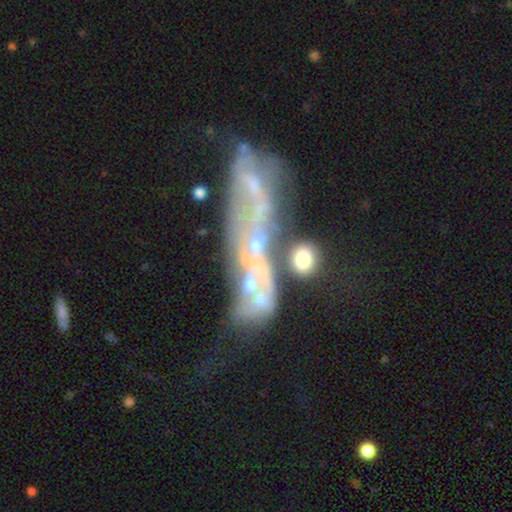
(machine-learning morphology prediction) This appears to be a featured or disk galaxy (64%). Merging: merger (41%).